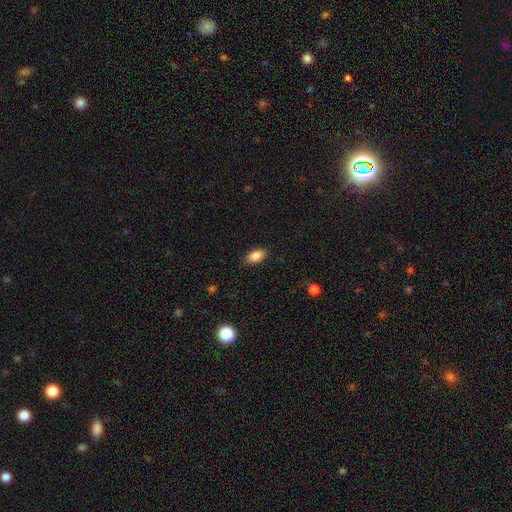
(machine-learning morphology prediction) smooth-or-featured: smooth: 87% | star or artifact: 8% | featured or disk: 5%
  how-rounded: in between: 92% | round: 6% | cigar-shaped: 3%
  merging: none: 84% | minor disturbance: 12% | major disturbance: 3% | merger: 1%